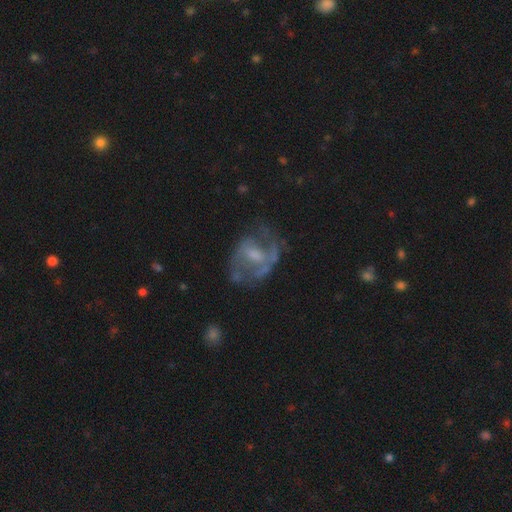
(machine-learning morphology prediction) A featured or disk galaxy (72%) with no bar (44%, tied with weak), spiral arms (66%) and a moderate central bulge (45%).

Vote fractions:
- Smooth or featured? featured or disk: 72% / smooth: 19% / star or artifact: 9%
- Edge-on disk? no: 97% / yes: 3%
- Bar? no: 44% (tied) / weak: 44% (tied) / strong: 12%
- Spiral arms? yes: 66% / no: 34%
- Bulge size? moderate: 45% / small: 31% / none: 16% / large: 7% / dominant: 1%
- Merging? none: 49% / major disturbance: 25% / minor disturbance: 22% / merger: 4%